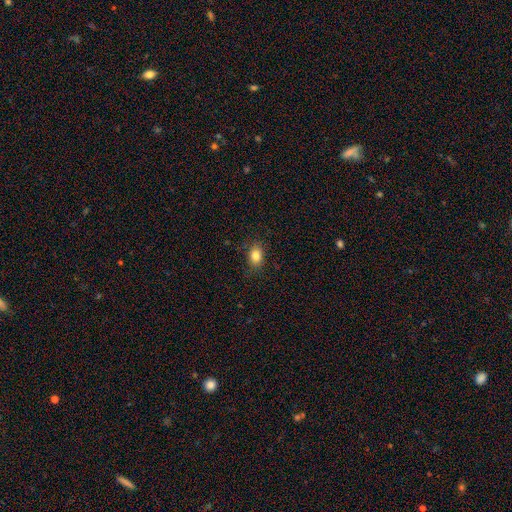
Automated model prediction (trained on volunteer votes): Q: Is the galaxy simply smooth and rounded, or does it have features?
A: smooth — 83%.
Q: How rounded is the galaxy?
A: in between — 73%.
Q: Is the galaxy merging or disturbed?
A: none — 84%.